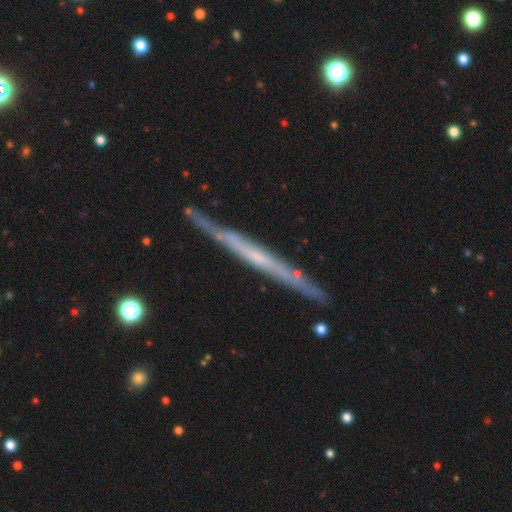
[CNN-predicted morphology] type=featured or disk (73%); edge-on=yes (95%); edge-on bulge=none (76%); merging=none (85%).